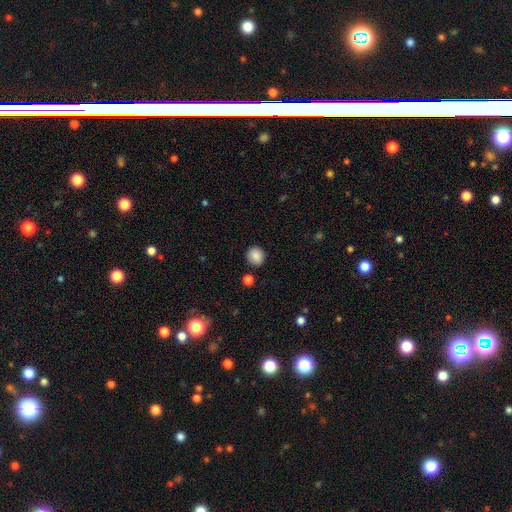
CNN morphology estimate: A smooth galaxy with no disk features (87%) that is round (85%).

Vote fractions:
- Smooth or featured? smooth: 87% / star or artifact: 9% / featured or disk: 4%
- How rounded? round: 85% / in between: 14% / cigar-shaped: 1%
- Merging? none: 88% / minor disturbance: 8% / major disturbance: 2% / merger: 2%